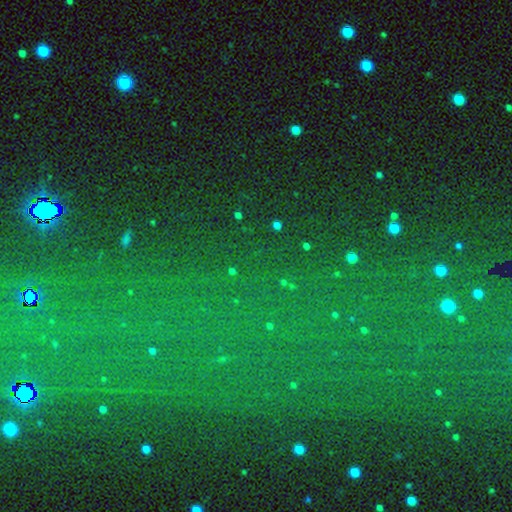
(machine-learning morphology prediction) This is likely a star or artifact rather than a galaxy (79%).